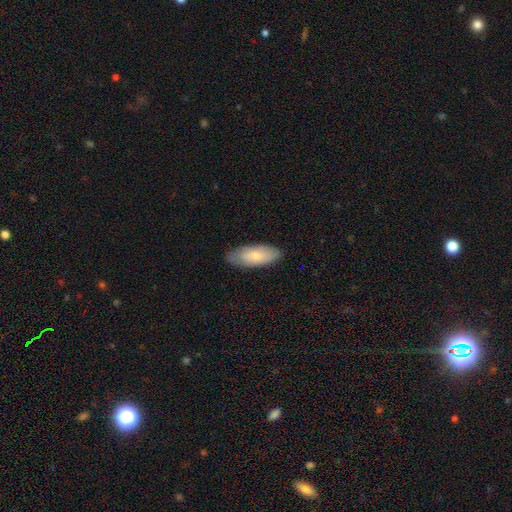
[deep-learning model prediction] Smooth or featured? smooth (73%)
How rounded? in between (80%)
Merging? none (79%)